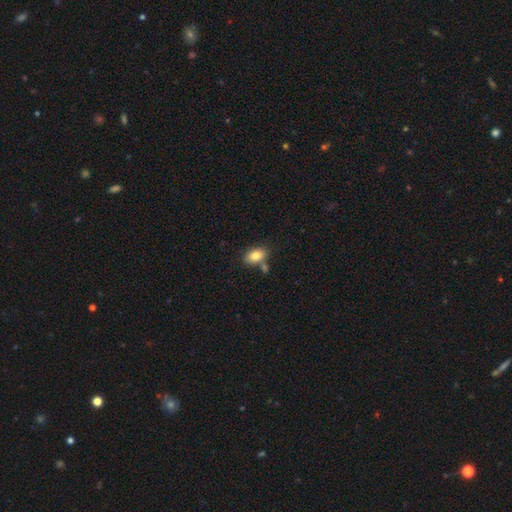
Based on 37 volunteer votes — smooth 89%, star or artifact 8%, featured or disk 3%. Down the decision tree: how rounded — in between (97%); merging — none (38%).